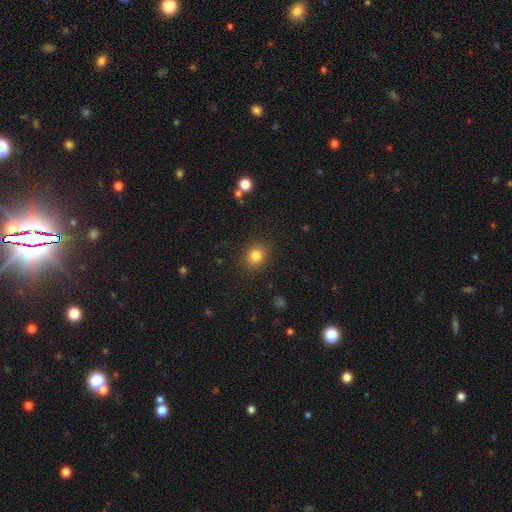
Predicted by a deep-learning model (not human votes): This appears to be a smooth galaxy with no disk features (82%) that is round (76%). Merging: none (89%).